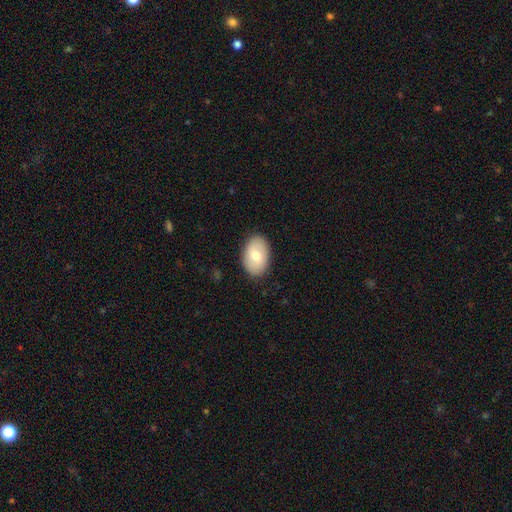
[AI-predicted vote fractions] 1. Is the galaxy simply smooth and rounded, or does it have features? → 72% smooth, 21% featured or disk, 6% star or artifact.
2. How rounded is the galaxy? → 90% in between, 9% round, 1% cigar-shaped.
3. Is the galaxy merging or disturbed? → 87% none, 9% minor disturbance, 2% major disturbance, 1% merger.